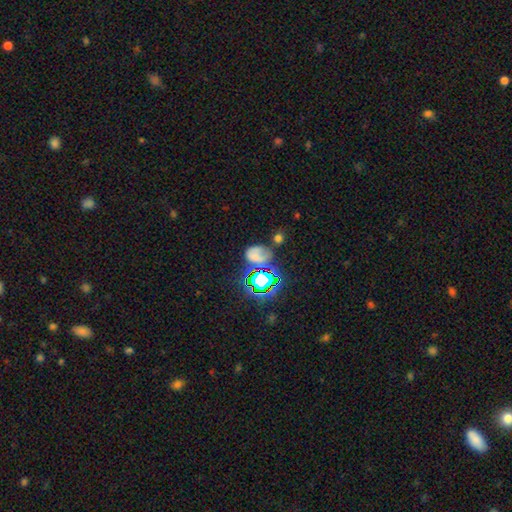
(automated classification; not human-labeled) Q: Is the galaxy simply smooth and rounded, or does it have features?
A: smooth — 48%.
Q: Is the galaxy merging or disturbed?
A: none — 42%.